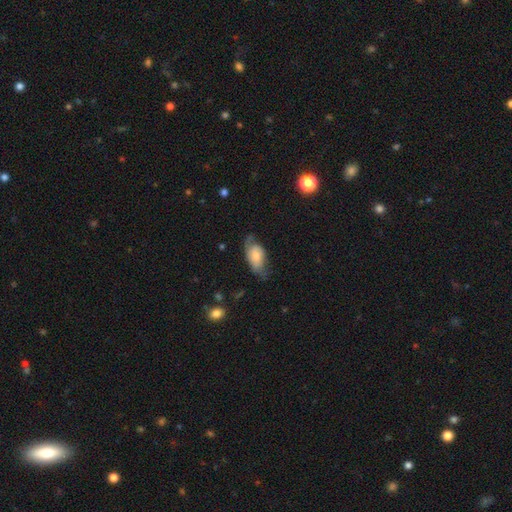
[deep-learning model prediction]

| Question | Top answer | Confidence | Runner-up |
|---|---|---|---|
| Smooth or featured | smooth | 58% | featured or disk (35%) |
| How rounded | in between | 91% | round (5%) |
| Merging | none | 47% | minor disturbance (35%) |